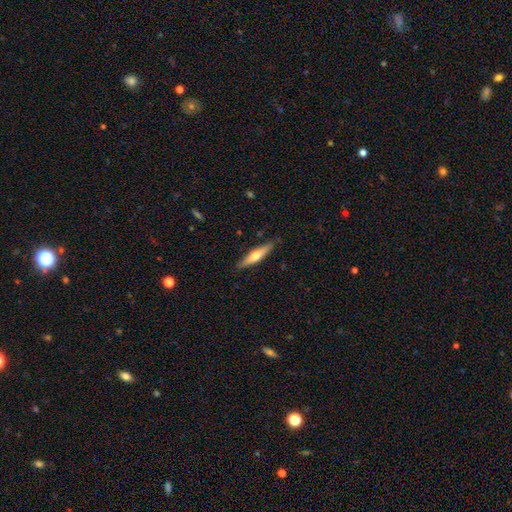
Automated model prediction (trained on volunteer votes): A smooth galaxy with no disk features (50%) that is cigar-shaped (83%). Merging: none (87%).